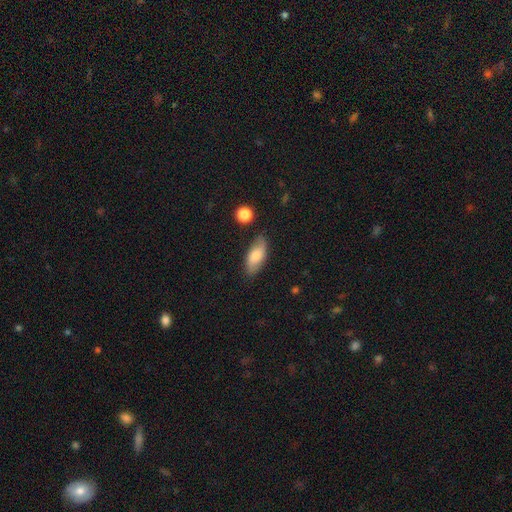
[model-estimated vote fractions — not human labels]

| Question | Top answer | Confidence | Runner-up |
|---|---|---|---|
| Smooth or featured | smooth | 68% | featured or disk (26%) |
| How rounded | in between | 85% | cigar-shaped (12%) |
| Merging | none | 78% | minor disturbance (16%) |